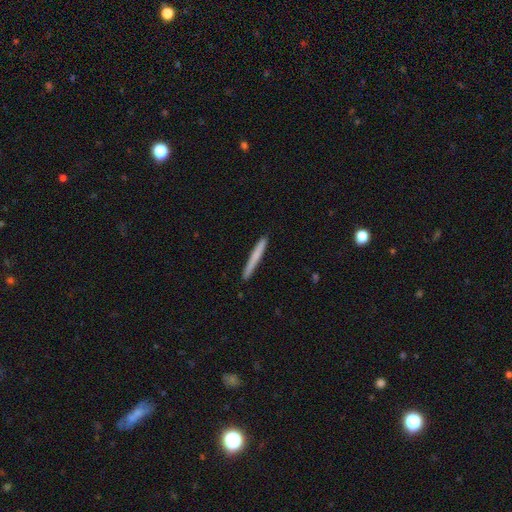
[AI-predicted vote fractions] Smooth or featured: smooth — 68% (featured or disk — 26%)
How rounded: cigar-shaped — 97% (in between — 2%)
Merging: none — 91% (minor disturbance — 6%)